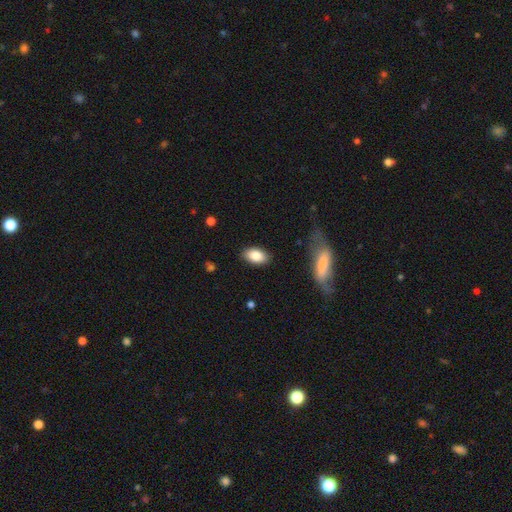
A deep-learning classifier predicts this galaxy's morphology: Overall: smooth (85%). How rounded: in between (92%). Merging: none (87%).